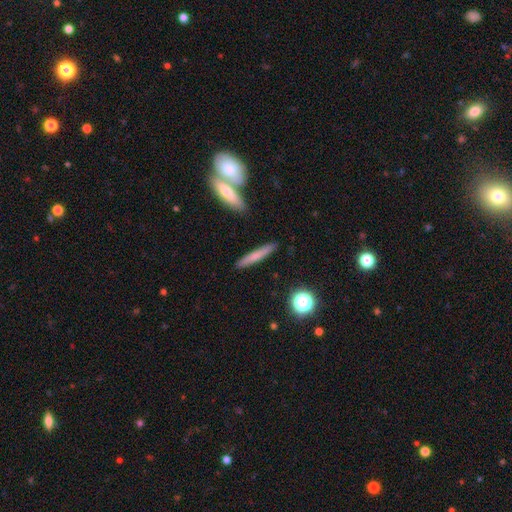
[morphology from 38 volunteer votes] Volunteers were most divided on "smooth or featured": smooth: 84%, featured or disk: 16%, star or artifact: 0%. More confident: how rounded — cigar-shaped (84%); merging — none (84%).